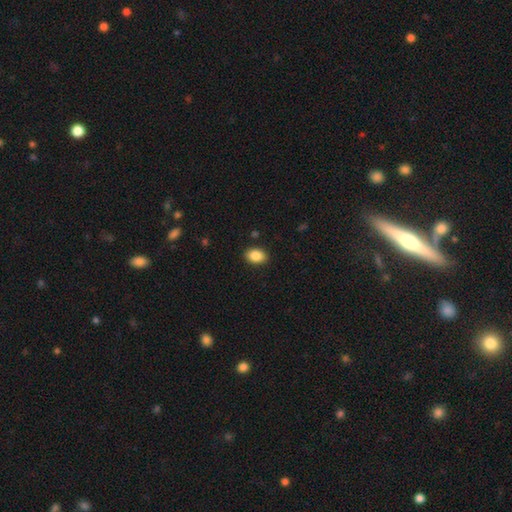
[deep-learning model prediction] Smooth or featured? smooth (88%)
How rounded? in between (83%)
Merging? none (89%)